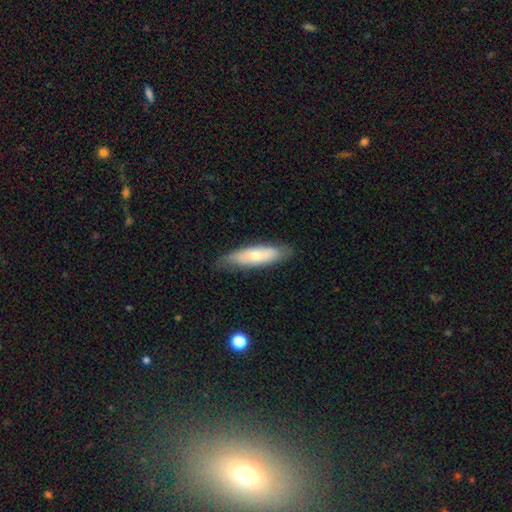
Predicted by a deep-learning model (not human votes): A smooth galaxy with no disk features (59%) that is cigar-shaped (58%).

Vote fractions:
- Smooth or featured? smooth: 59% / featured or disk: 35% / star or artifact: 6%
- How rounded? cigar-shaped: 58% / in between: 40% / round: 2%
- Merging? none: 81% / minor disturbance: 15% / major disturbance: 3% / merger: 1%